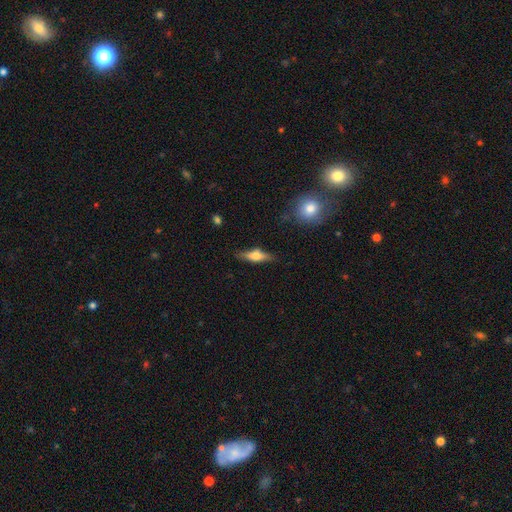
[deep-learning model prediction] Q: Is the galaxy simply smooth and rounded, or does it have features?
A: smooth — 50%.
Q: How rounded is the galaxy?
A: cigar-shaped — 56%.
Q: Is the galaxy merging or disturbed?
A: none — 81%.